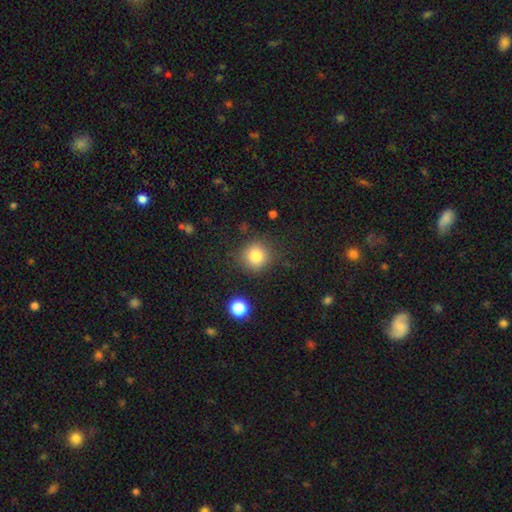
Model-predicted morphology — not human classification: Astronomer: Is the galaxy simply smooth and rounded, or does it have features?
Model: smooth — 82%.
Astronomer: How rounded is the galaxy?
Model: round — 91%.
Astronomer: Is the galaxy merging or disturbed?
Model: none — 84%.